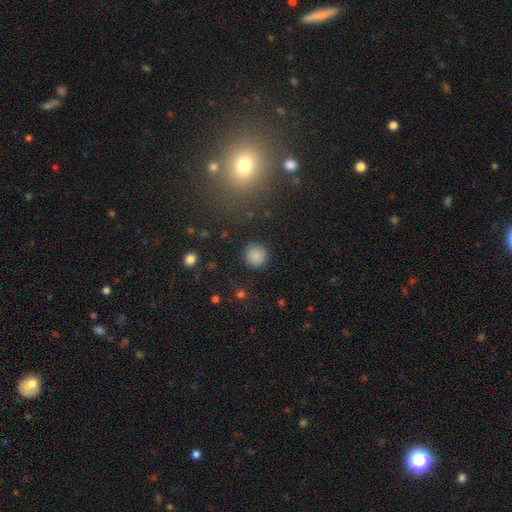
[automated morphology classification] type=smooth (85%); roundness=round (94%); merging=none (90%).